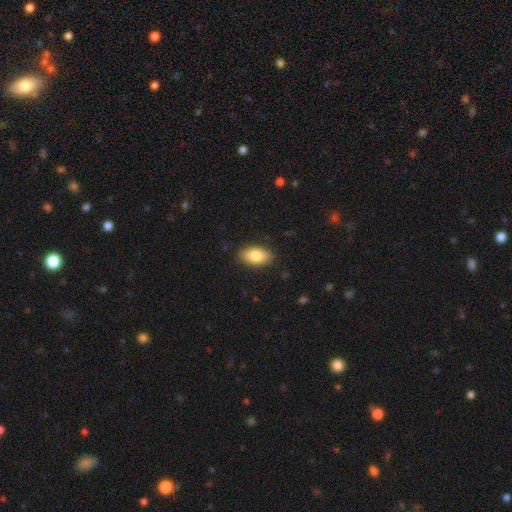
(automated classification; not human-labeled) smooth-or-featured: smooth: 83% | featured or disk: 11% | star or artifact: 7%
  how-rounded: in between: 92% | round: 5% | cigar-shaped: 3%
  merging: none: 88% | minor disturbance: 9% | major disturbance: 2% | merger: 1%